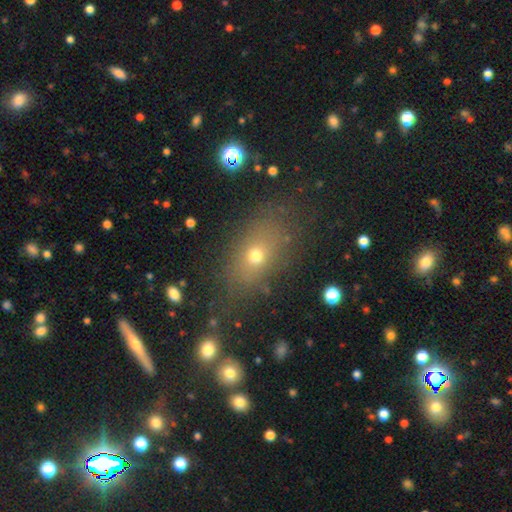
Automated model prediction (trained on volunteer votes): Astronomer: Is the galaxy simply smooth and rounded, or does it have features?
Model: smooth — 64%.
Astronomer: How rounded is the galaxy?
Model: in between — 68%.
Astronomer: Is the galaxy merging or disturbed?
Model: none — 77%.